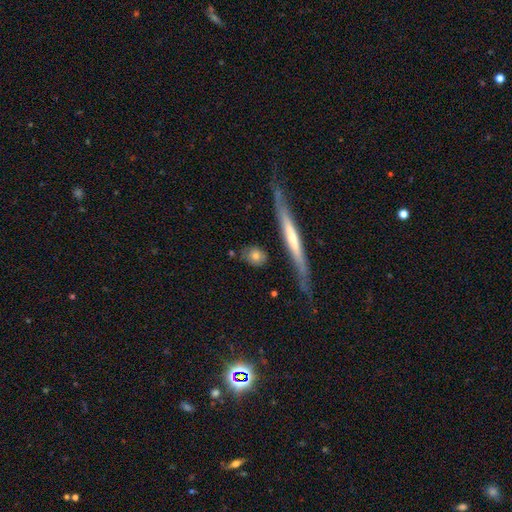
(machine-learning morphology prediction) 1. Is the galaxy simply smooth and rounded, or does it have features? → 70% smooth, 23% featured or disk, 7% star or artifact.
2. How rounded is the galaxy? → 53% round, 29% in between, 17% cigar-shaped.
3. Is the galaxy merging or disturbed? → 75% none, 15% minor disturbance, 5% major disturbance, 5% merger.